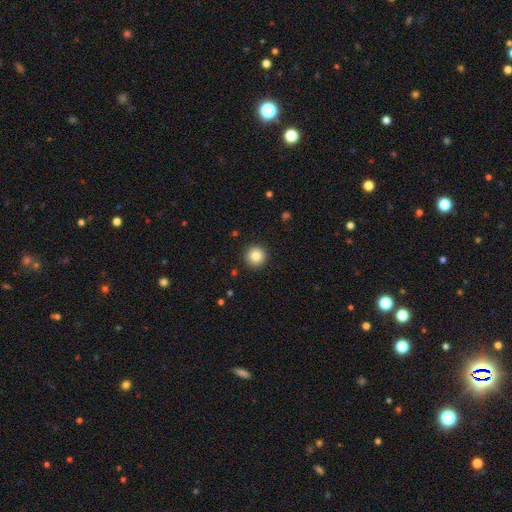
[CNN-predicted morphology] Smooth or featured?
  - smooth: 86% *
  - star or artifact: 9%
  - featured or disk: 5%
How rounded?
  - round: 96% *
  - in between: 3%
  - cigar-shaped: 1%
Merging?
  - none: 92% *
  - minor disturbance: 5%
  - major disturbance: 2%
  - merger: 1%